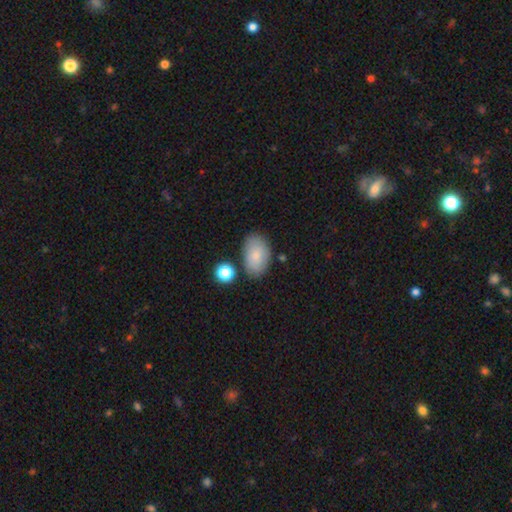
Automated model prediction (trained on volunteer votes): This is likely a smooth galaxy (78%). How rounded: clearly in between (91%). Merging: likely none (75%).